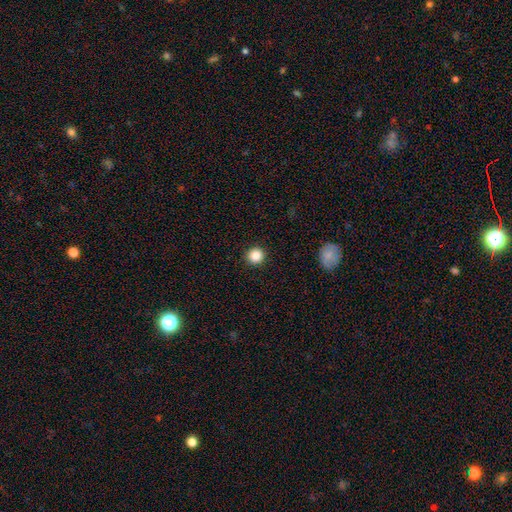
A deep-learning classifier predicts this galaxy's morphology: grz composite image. It shows a smooth galaxy with no disk features (86%) that is round (94%). Merging: none (93%).